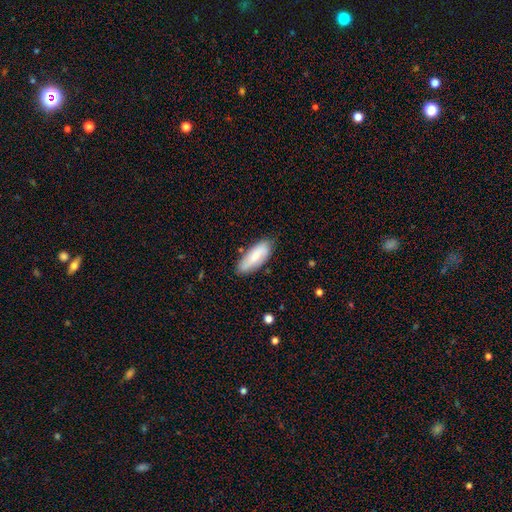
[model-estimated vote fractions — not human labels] The model was most divided on "how rounded": in between: 73%, cigar-shaped: 25%, round: 2%. More confident: merging — none (77%); smooth or featured — smooth (74%).